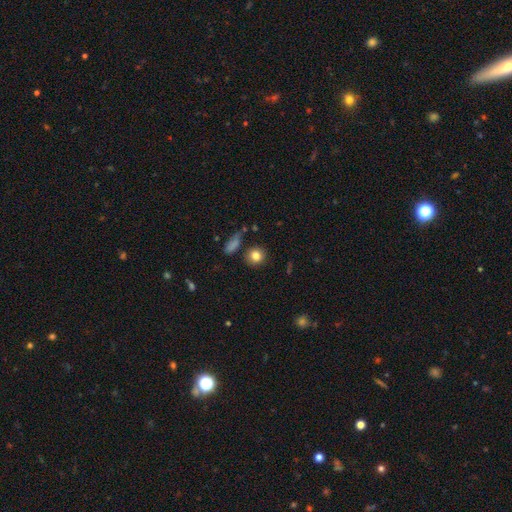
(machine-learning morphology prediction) This appears to be a smooth galaxy with no disk features (82%) that is round (86%). Merging: none (82%).